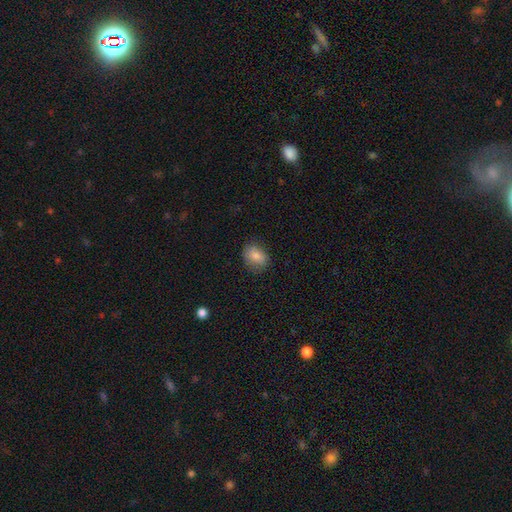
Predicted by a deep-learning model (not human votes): Morphology: type=smooth (81%); roundness=in between (57%); merging=none (80%).